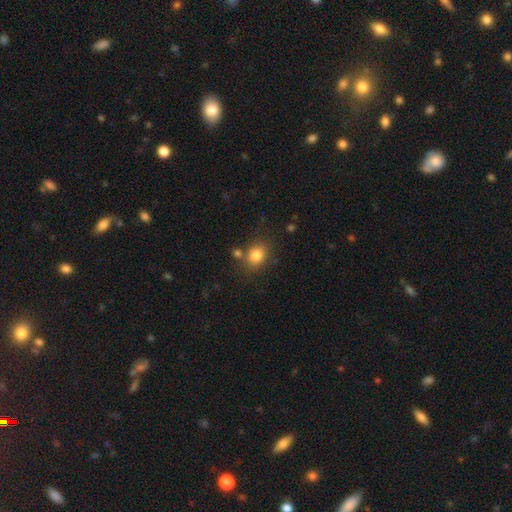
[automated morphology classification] Overall: smooth (81%). How rounded: round (56%; in between 43%). Merging: none (72%).